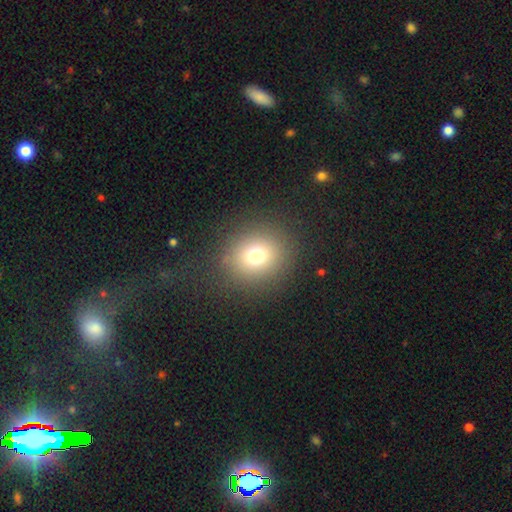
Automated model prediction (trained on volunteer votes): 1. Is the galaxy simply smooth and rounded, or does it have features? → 73% smooth, 17% star or artifact, 10% featured or disk.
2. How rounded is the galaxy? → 81% round, 18% in between, 1% cigar-shaped.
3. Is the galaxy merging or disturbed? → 87% none, 7% minor disturbance, 5% major disturbance, 1% merger.